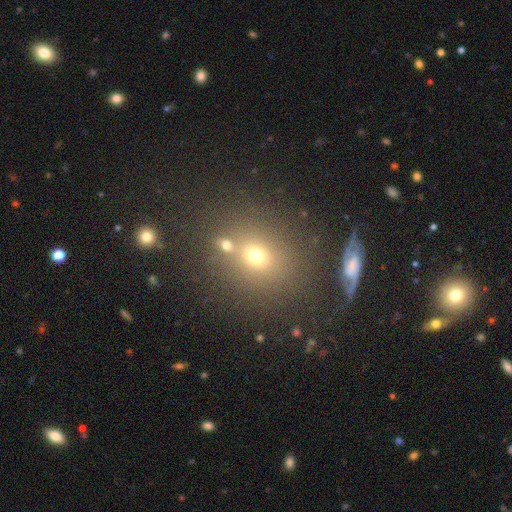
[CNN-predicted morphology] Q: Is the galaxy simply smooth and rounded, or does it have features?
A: smooth — 58%.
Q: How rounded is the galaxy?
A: round — 71%.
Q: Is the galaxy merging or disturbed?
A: none — 69%.